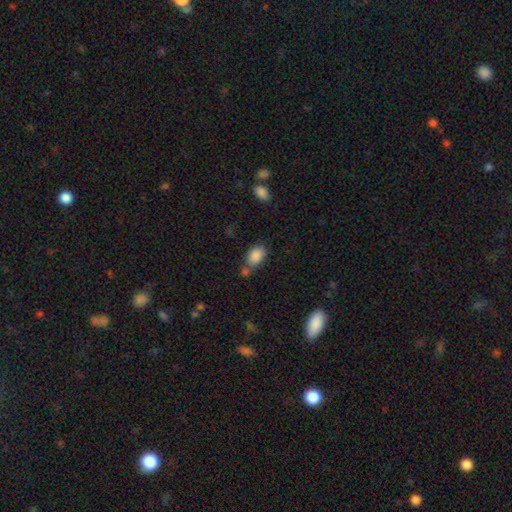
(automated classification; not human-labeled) A smooth galaxy with no disk features (87%) that is in between round and cigar-shaped (87%). Merging: none (57%).